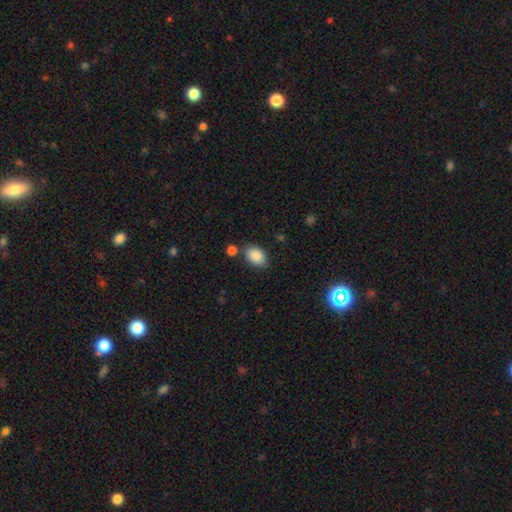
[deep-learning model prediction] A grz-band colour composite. It shows a smooth galaxy with no disk features (87%) that is in between round and cigar-shaped (83%). Merging: none (76%).